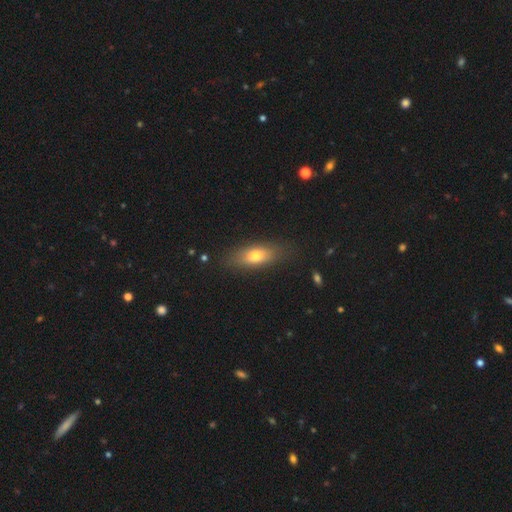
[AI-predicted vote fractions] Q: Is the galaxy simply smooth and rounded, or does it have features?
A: smooth — 69%.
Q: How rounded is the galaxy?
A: in between — 71%.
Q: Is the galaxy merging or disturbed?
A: none — 80%.